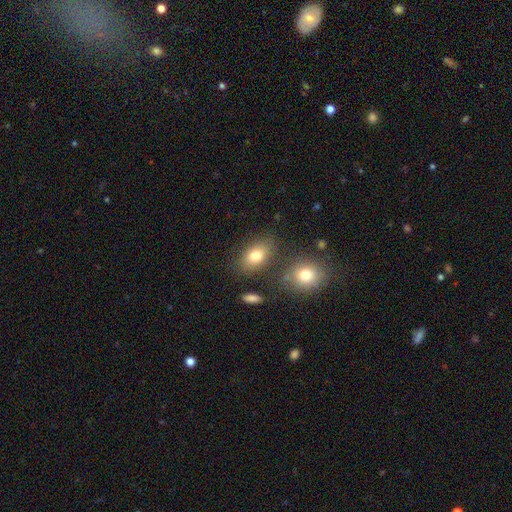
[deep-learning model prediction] smooth-or-featured: smooth: 80% | featured or disk: 11% | star or artifact: 9%
  how-rounded: in between: 85% | round: 13% | cigar-shaped: 2%
  merging: none: 74% | minor disturbance: 14% | merger: 8% | major disturbance: 5%